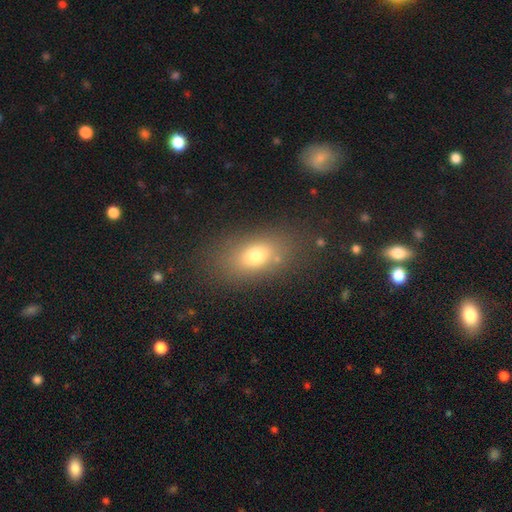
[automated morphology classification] This appears to be a smooth galaxy with no disk features (72%) that is in between round and cigar-shaped (80%). Merging: none (78%).